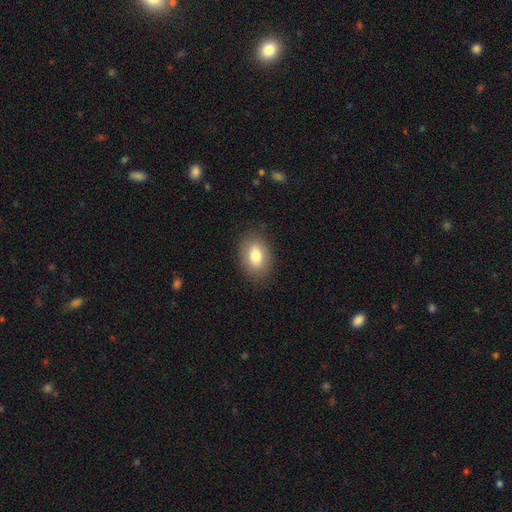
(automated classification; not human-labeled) Q: Smooth or featured?
A: smooth (79%); runner-up: featured or disk (13%)
Q: How rounded?
A: in between (84%); runner-up: round (14%)
Q: Merging?
A: none (85%); runner-up: minor disturbance (11%)